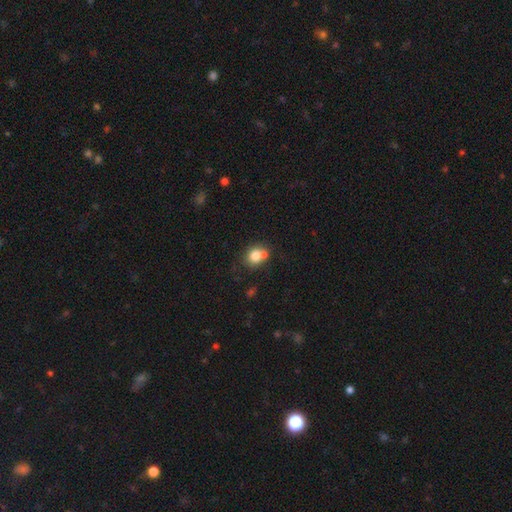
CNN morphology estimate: Q: Smooth or featured?
A: smooth (77%); runner-up: featured or disk (12%)
Q: How rounded?
A: round (71%); runner-up: in between (28%)
Q: Merging?
A: none (50%); runner-up: merger (35%)